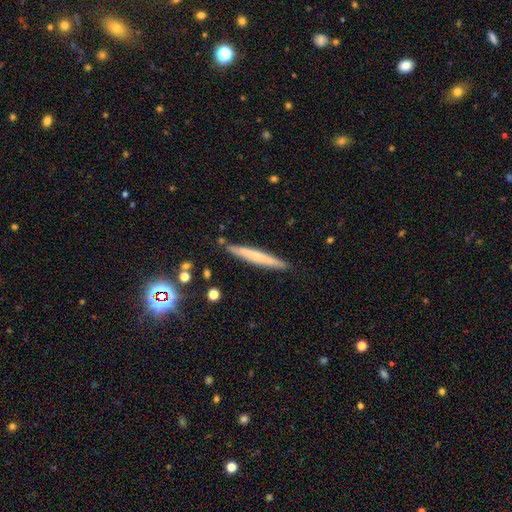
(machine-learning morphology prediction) Smooth or featured? Predicted: smooth (p=0.51). How rounded? Predicted: cigar-shaped (p=0.96). Merging? Predicted: none (p=0.88).